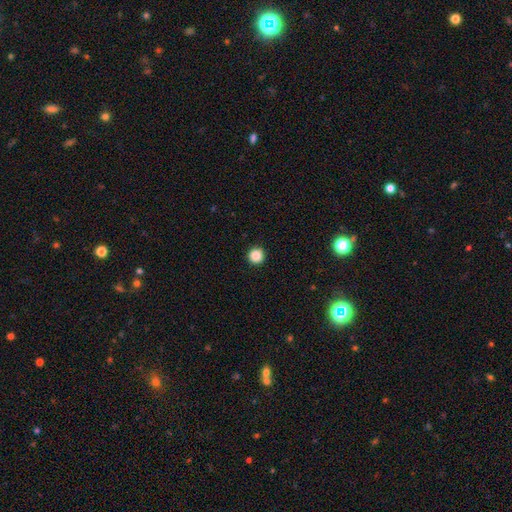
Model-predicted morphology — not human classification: A smooth galaxy with no disk features (87%) that is round (96%).

Vote fractions:
- Smooth or featured? smooth: 87% / star or artifact: 10% / featured or disk: 3%
- How rounded? round: 96% / in between: 3% / cigar-shaped: 1%
- Merging? none: 93% / minor disturbance: 4% / major disturbance: 1% / merger: 1%